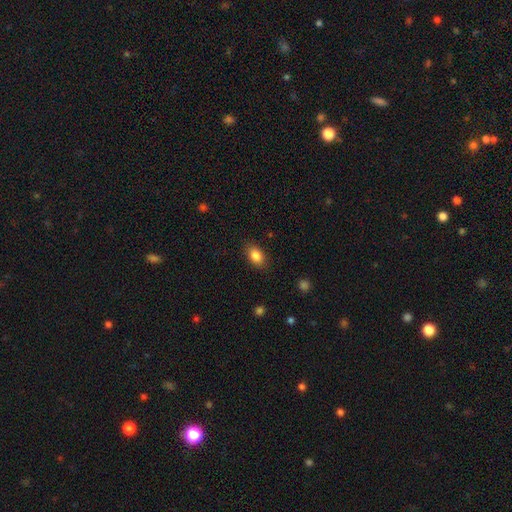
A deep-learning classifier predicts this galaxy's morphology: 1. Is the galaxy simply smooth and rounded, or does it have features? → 86% smooth, 8% star or artifact, 6% featured or disk.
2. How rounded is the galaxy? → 87% in between, 11% round, 2% cigar-shaped.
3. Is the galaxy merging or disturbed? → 85% none, 11% minor disturbance, 3% major disturbance, 1% merger.